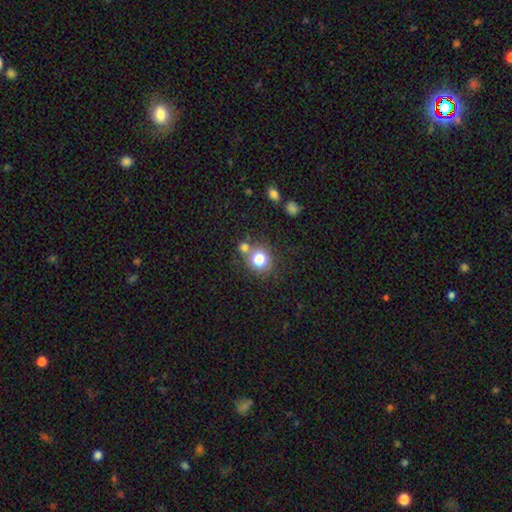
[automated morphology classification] smooth_or_featured: smooth (p=0.72) [alt: star or artifact p=0.20]
how_rounded: round (p=0.89) [alt: in between p=0.10]
merging: none (p=0.73) [alt: merger p=0.16]